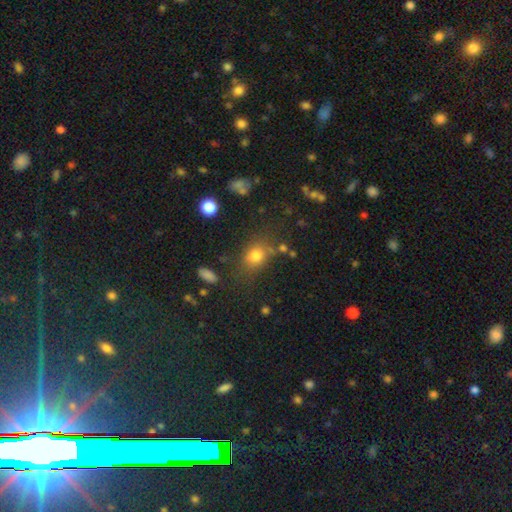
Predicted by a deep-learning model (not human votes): Smooth or featured? Predicted: smooth (p=0.76). How rounded? Predicted: in between (p=0.54). Merging? Predicted: none (p=0.67).